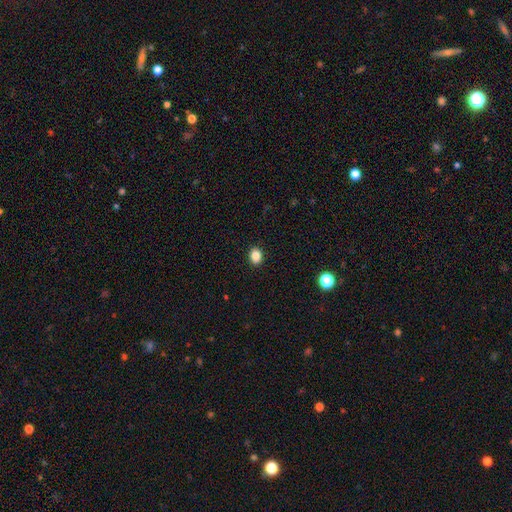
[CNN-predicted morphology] Smooth or featured: smooth — 86% (star or artifact — 10%)
How rounded: in between — 59% (round — 40%)
Merging: none — 91% (minor disturbance — 6%)